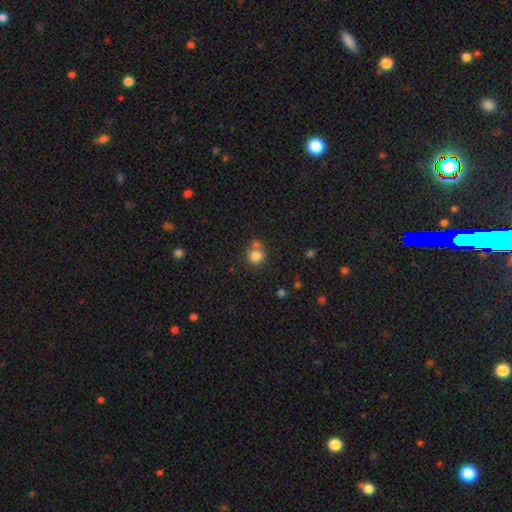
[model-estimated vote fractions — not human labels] A smooth galaxy with no disk features (81%) that is round (85%). Merging: none (54%).